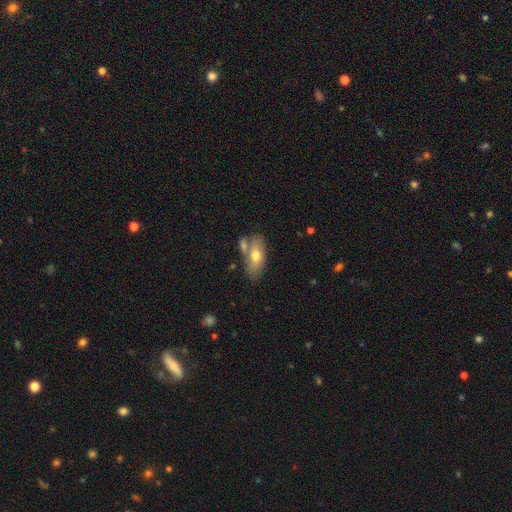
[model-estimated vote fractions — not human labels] This is likely a smooth galaxy (62%). How rounded: clearly in between (84%). Merging: possibly none (55%).